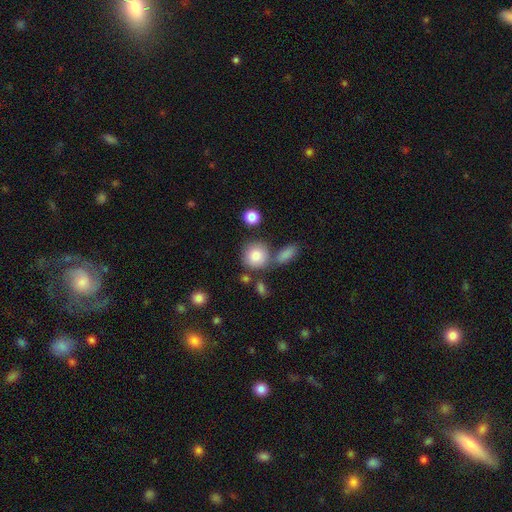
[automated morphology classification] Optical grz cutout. It shows a smooth galaxy with no disk features (84%) that is round (85%). Merging: none (65%).